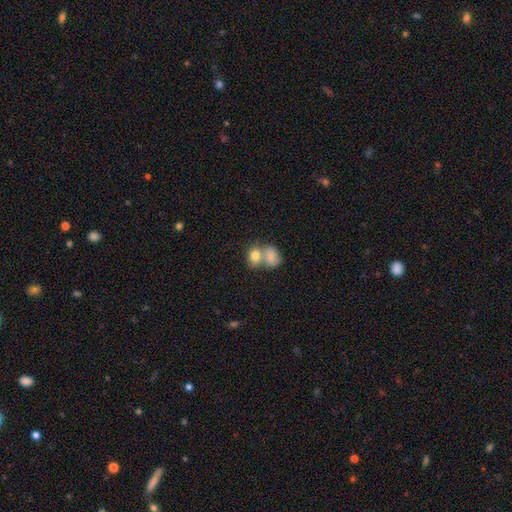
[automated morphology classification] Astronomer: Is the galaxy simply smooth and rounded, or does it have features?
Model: smooth — 80%.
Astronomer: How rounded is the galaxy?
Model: in between — 53% (runner-up: round, 45%).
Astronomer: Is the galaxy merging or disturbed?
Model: merger — 61%.